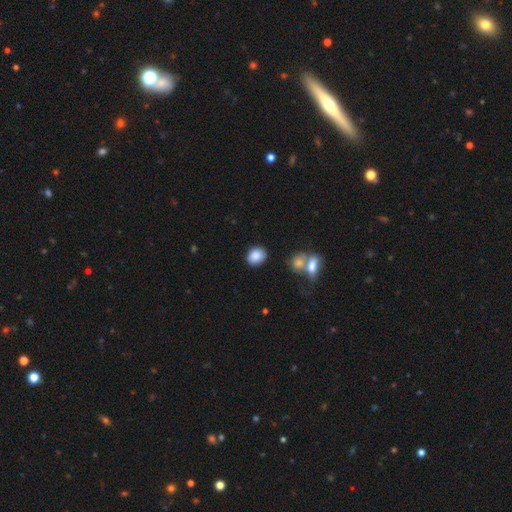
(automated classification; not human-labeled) Smooth or featured: smooth — 86% (star or artifact — 8%)
How rounded: in between — 52% (round — 47%)
Merging: none — 83% (minor disturbance — 10%)